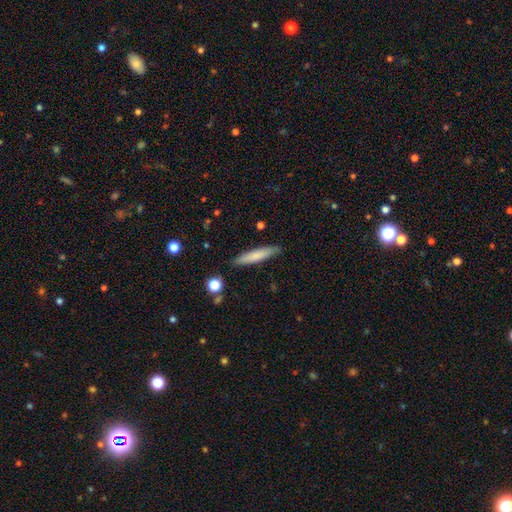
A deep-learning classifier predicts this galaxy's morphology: Smooth or featured? smooth (71%)
How rounded? cigar-shaped (89%)
Merging? none (88%)